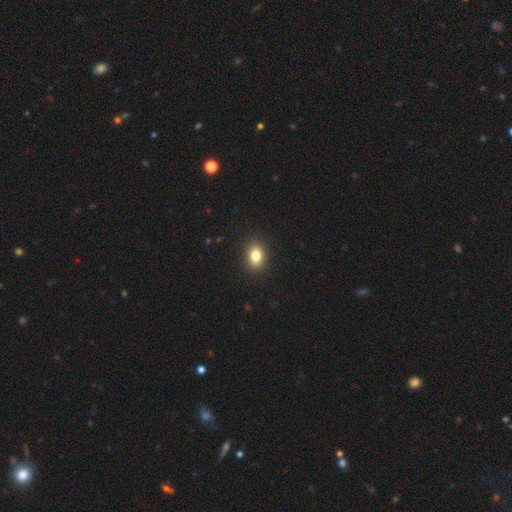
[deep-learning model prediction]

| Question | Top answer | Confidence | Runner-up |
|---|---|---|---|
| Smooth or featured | smooth | 83% | star or artifact (10%) |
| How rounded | in between | 73% | round (26%) |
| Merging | none | 90% | minor disturbance (7%) |